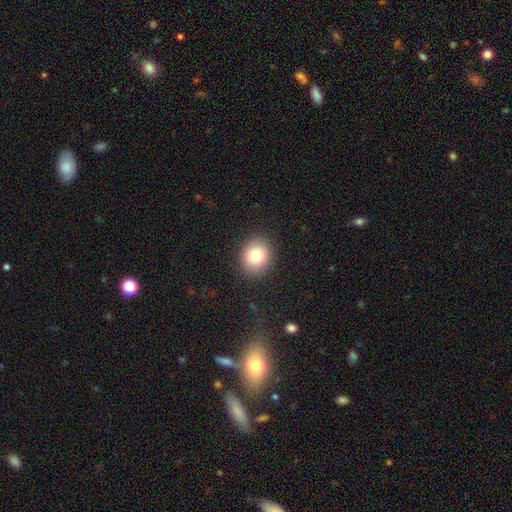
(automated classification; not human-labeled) smooth-or-featured: smooth: 80% | star or artifact: 10% | featured or disk: 9%
  how-rounded: round: 73% | in between: 26% | cigar-shaped: 1%
  merging: none: 89% | minor disturbance: 7% | major disturbance: 3% | merger: 1%